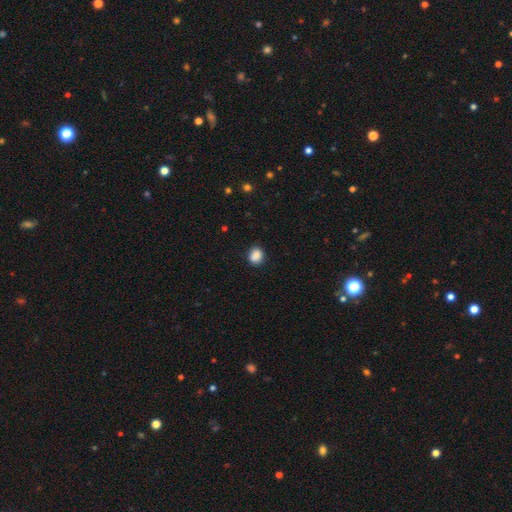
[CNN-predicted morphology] This is clearly a smooth galaxy (86%). How rounded: possibly round (52%). Merging: likely none (80%).